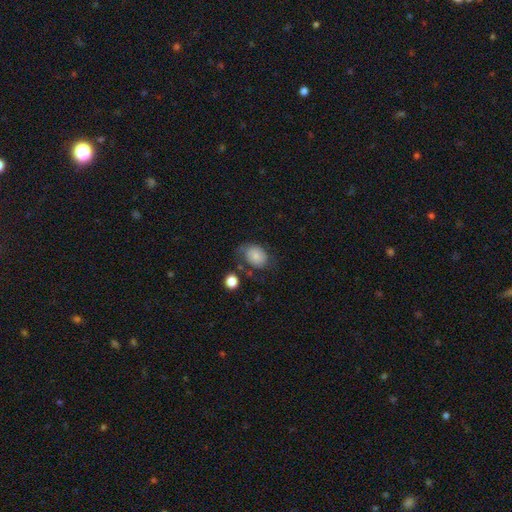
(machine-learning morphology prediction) Q: Smooth or featured?
A: smooth (66%); runner-up: featured or disk (24%)
Q: How rounded?
A: in between (58%); runner-up: round (41%)
Q: Merging?
A: none (51%); runner-up: minor disturbance (27%)